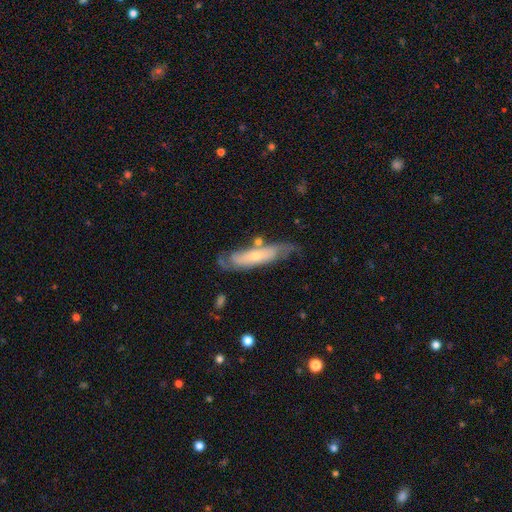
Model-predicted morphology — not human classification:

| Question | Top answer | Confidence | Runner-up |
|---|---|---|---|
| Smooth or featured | featured or disk | 62% | smooth (32%) |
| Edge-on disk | no | 65% | yes (35%) |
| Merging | none | 60% | minor disturbance (22%) |